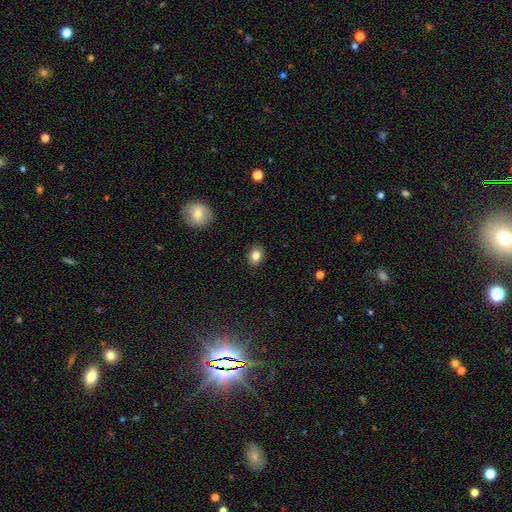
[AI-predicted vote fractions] smooth 82%, star or artifact 10%, featured or disk 7%. Down the decision tree: how rounded — in between (52%); merging — none (89%).